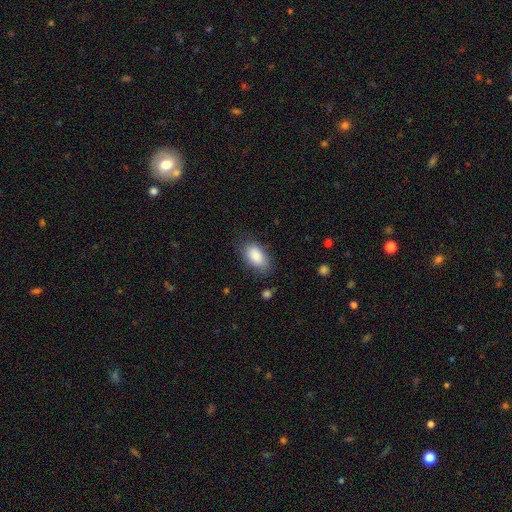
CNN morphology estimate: smooth 87%, featured or disk 7%, star or artifact 6%. Down the decision tree: how rounded — in between (93%); merging — none (75%).